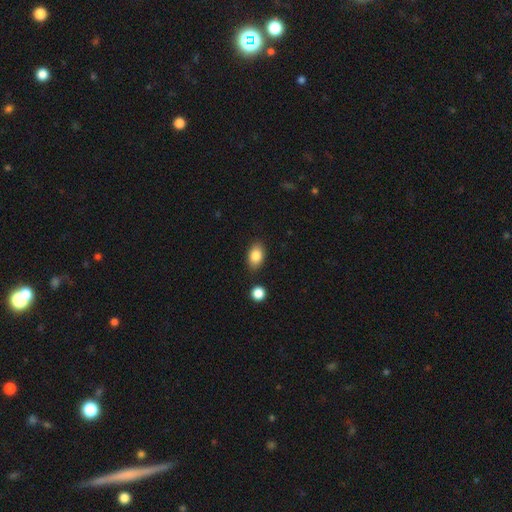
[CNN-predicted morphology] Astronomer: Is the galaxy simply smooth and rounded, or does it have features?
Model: smooth — 85%.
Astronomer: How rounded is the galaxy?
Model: in between — 87%.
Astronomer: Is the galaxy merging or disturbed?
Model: none — 83%.